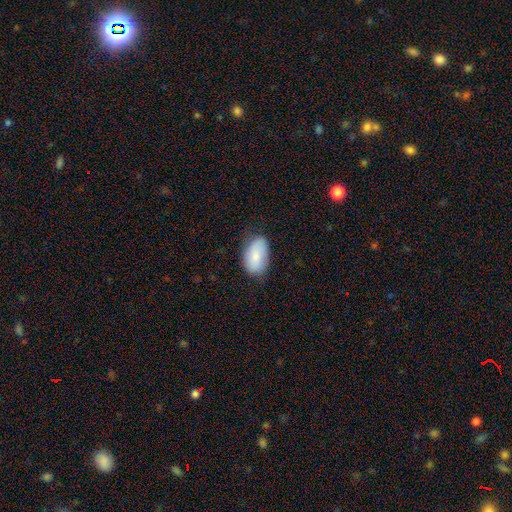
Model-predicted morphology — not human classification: Overall: smooth (81%). How rounded: in between (94%). Merging: none (73%).